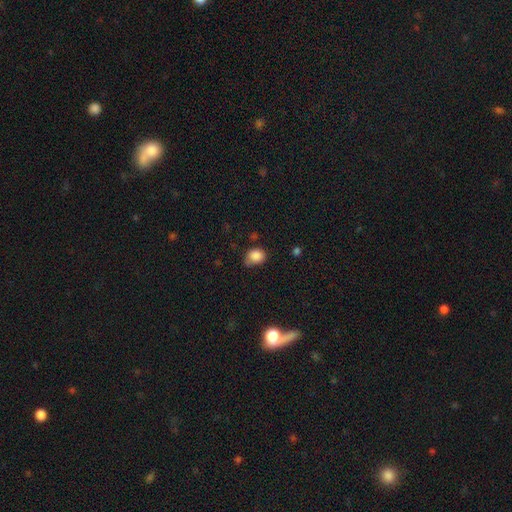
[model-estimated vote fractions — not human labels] Smooth or featured? Predicted: smooth (p=0.85). How rounded? Predicted: round (p=0.61). Merging? Predicted: none (p=0.56).